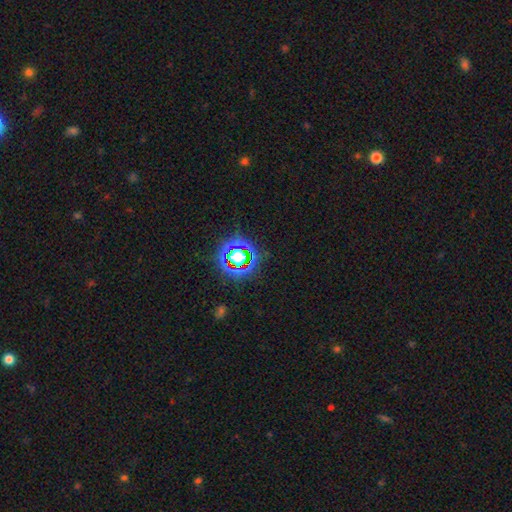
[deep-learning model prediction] smooth-or-featured: star or artifact: 78% | smooth: 15% | featured or disk: 8%